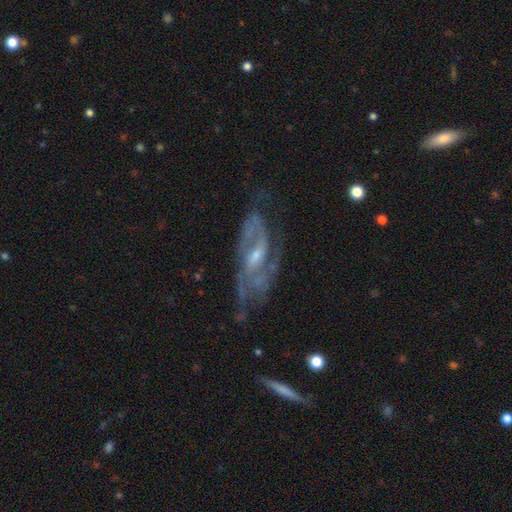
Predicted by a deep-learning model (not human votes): Smooth or featured? Predicted: featured or disk (p=0.86). Edge-on disk? Predicted: no (p=0.92). Bar? Predicted: weak (p=0.47). Spiral arms? Predicted: yes (p=0.93). Spiral winding? Predicted: medium (p=0.49). Spiral arm count? Predicted: 2 (p=0.59). Bulge size? Predicted: small (p=0.60). Merging? Predicted: none (p=0.61).